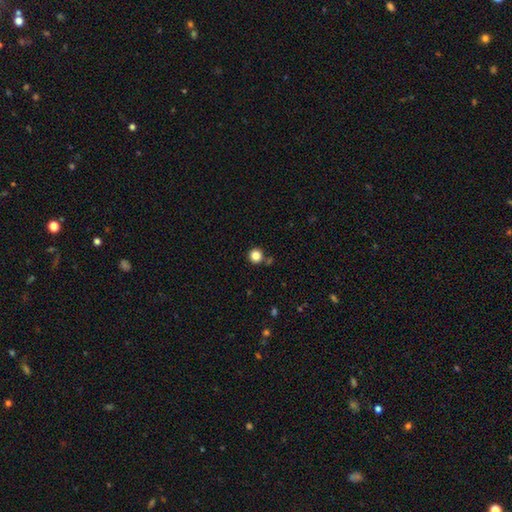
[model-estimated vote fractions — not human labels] Overall: smooth (84%). How rounded: round (95%). Merging: none (85%).